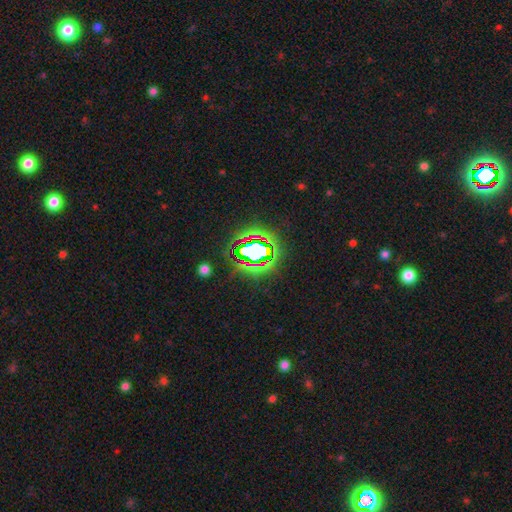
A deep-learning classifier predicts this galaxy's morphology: smooth_or_featured: star or artifact (p=0.68) [alt: smooth p=0.17]